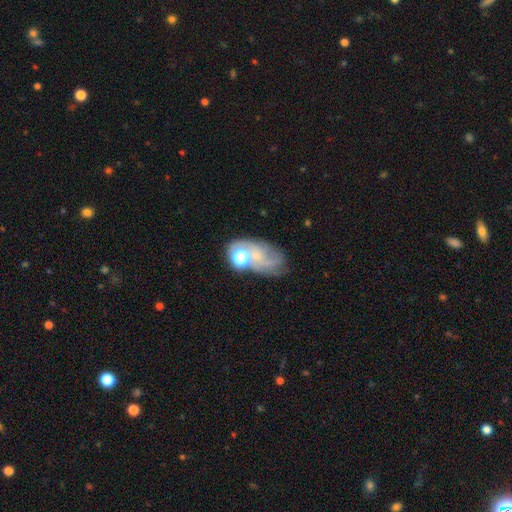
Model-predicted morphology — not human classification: Smooth or featured? featured or disk (56%)
Edge-on disk? no (96%)
Bar? no (73%)
Spiral arms? yes (74%)
Bulge size? small (46%)
Merging? none (47%)